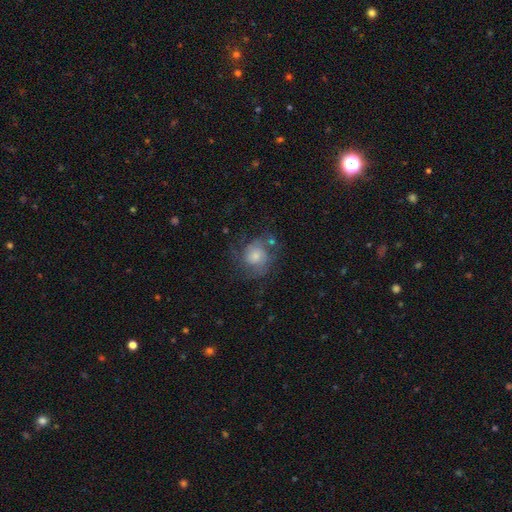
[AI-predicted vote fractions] Smooth or featured? Predicted: featured or disk (p=0.48). Merging? Predicted: none (p=0.52).